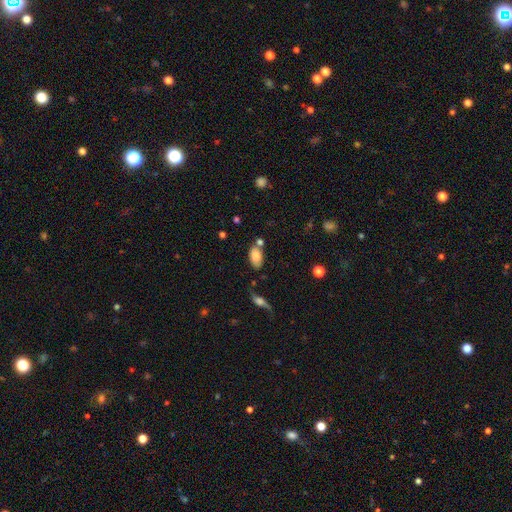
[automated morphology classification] This is clearly a smooth galaxy (82%). How rounded: clearly in between (92%). Merging: likely none (64%).